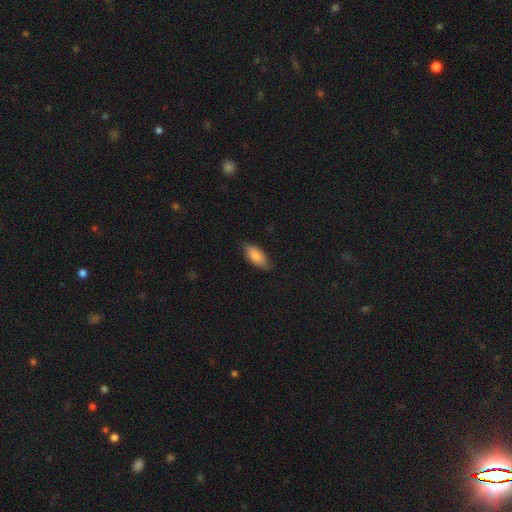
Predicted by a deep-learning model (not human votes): Morphology: type=smooth (85%); roundness=in between (87%); merging=none (81%).